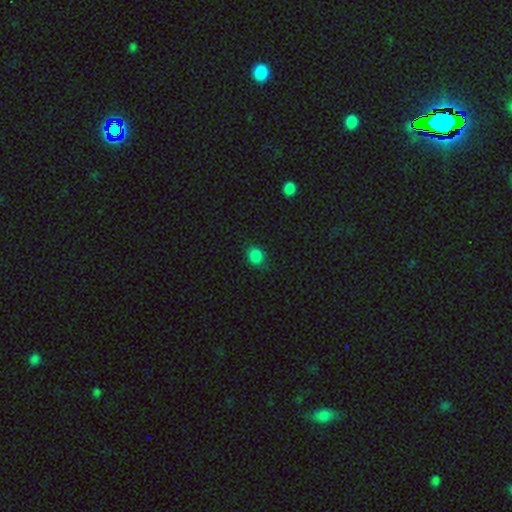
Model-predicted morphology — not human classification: Smooth or featured? Predicted: smooth (p=0.85). How rounded? Predicted: round (p=0.76). Merging? Predicted: none (p=0.84).